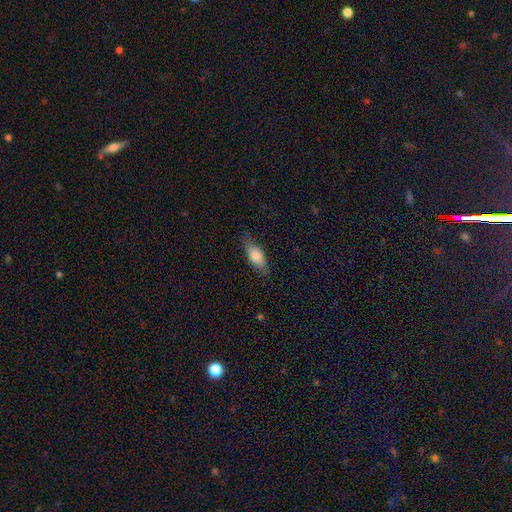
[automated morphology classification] A smooth galaxy with no disk features (74%) that is in between round and cigar-shaped (76%).

Vote fractions:
- Smooth or featured? smooth: 74% / featured or disk: 19% / star or artifact: 7%
- How rounded? in between: 76% / cigar-shaped: 21% / round: 3%
- Merging? none: 74% / minor disturbance: 20% / major disturbance: 5% / merger: 1%